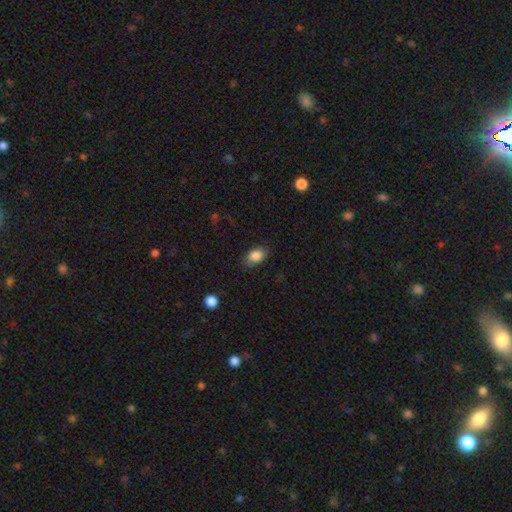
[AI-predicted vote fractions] A smooth galaxy with no disk features (86%) that is in between round and cigar-shaped (85%). Merging: none (81%).